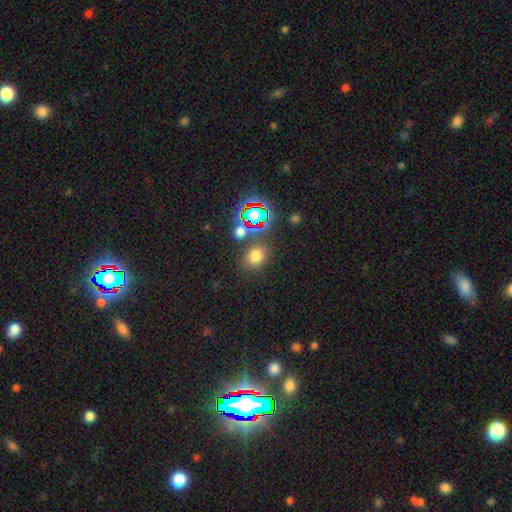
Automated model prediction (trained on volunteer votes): Morphology: type=smooth (69%); roundness=round (56%); merging=none (76%).